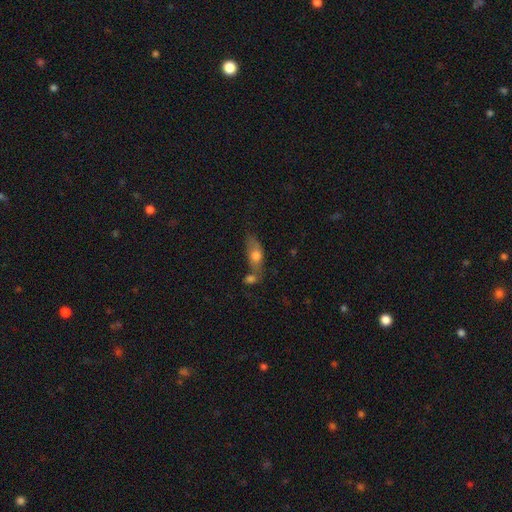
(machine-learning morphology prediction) smooth_or_featured: smooth (p=0.62) [alt: featured or disk p=0.28]
how_rounded: in between (p=0.70) [alt: cigar-shaped p=0.20]
merging: merger (p=0.38) [alt: none p=0.37]